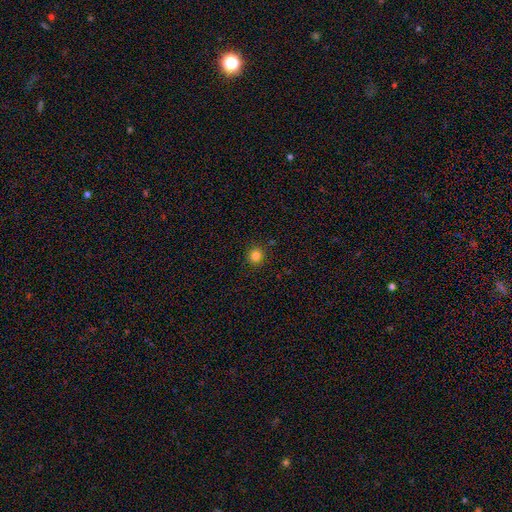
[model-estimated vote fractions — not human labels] smooth 83%, star or artifact 13%, featured or disk 5%. Down the decision tree: how rounded — round (92%); merging — none (91%).